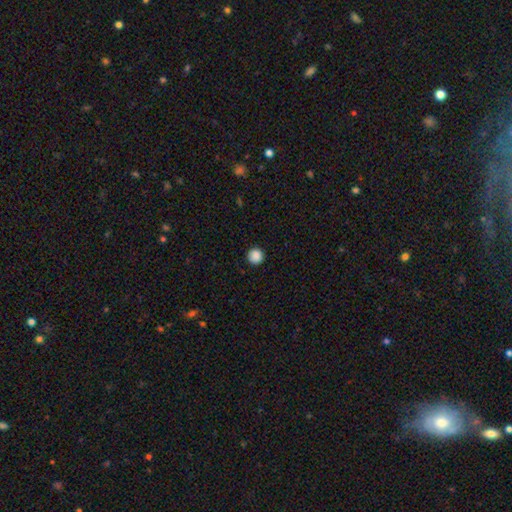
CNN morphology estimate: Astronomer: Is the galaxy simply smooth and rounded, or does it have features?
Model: smooth — 88%.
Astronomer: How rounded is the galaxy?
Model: round — 96%.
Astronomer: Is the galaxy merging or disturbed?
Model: none — 92%.